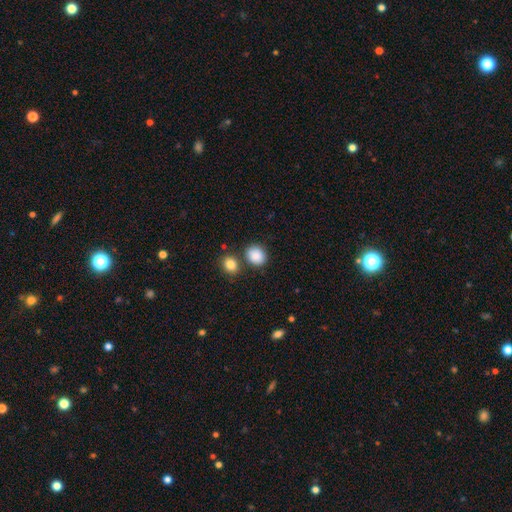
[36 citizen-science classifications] This is clearly a smooth galaxy (89%). How rounded: possibly round (59%). Merging: likely none (74%).